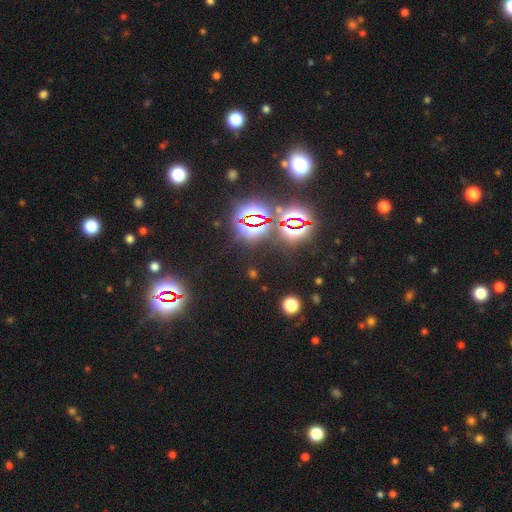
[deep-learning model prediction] star or artifact 80%, smooth 14%, featured or disk 7%.